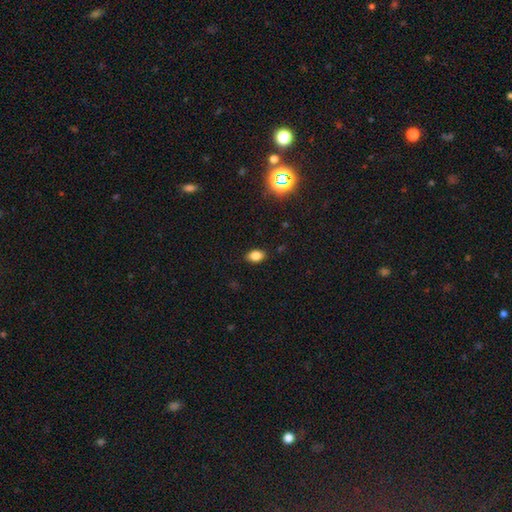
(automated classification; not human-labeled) Smooth or featured?
  - smooth: 81% *
  - star or artifact: 12%
  - featured or disk: 8%
How rounded?
  - in between: 84% *
  - round: 14%
  - cigar-shaped: 2%
Merging?
  - none: 87% *
  - minor disturbance: 10%
  - major disturbance: 2%
  - merger: 1%